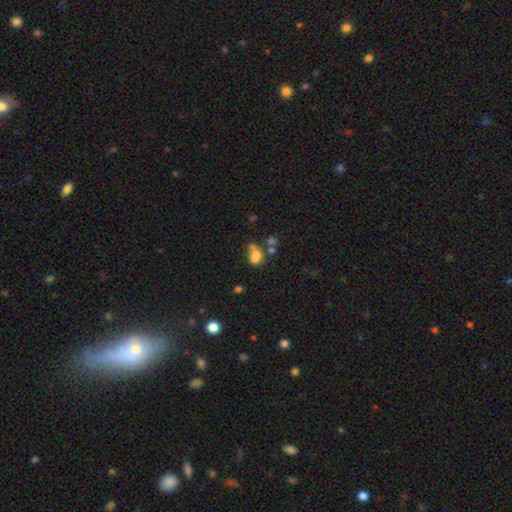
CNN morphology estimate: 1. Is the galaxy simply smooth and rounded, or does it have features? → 64% smooth, 21% featured or disk, 15% star or artifact.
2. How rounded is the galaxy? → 61% in between, 37% round, 2% cigar-shaped.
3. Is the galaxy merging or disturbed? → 46% merger, 27% none, 15% minor disturbance, 13% major disturbance.